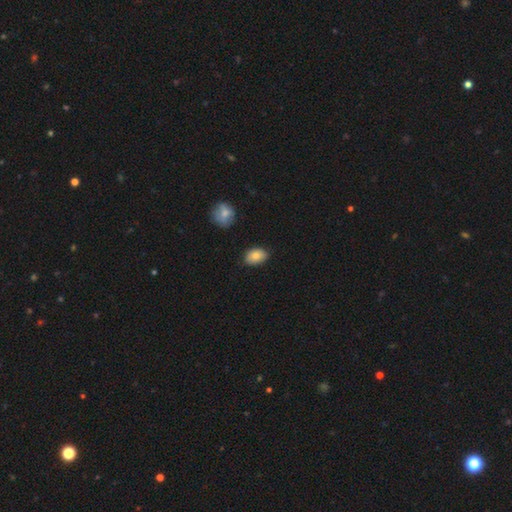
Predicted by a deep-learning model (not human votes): smooth 83%, featured or disk 9%, star or artifact 8%. Down the decision tree: how rounded — in between (85%); merging — none (83%).